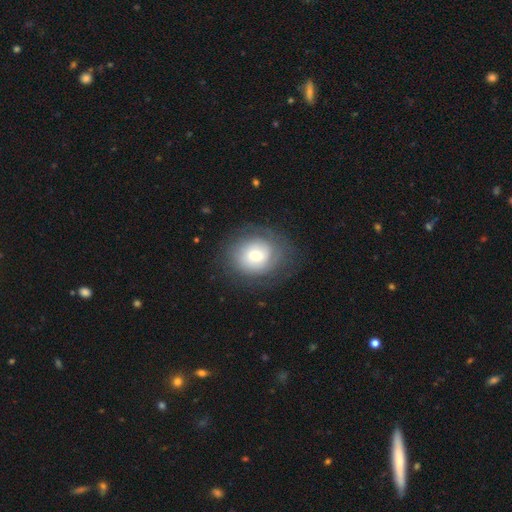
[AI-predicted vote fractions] Overall: featured or disk (49%; smooth 42%). Merging: none (76%).